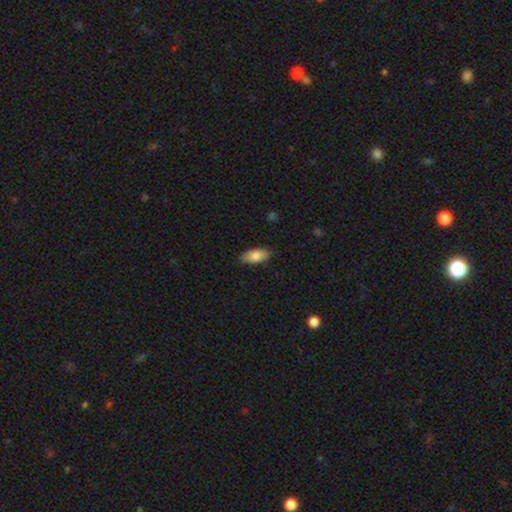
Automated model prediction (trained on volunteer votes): Q: Smooth or featured?
A: smooth (83%); runner-up: featured or disk (10%)
Q: How rounded?
A: in between (87%); runner-up: cigar-shaped (11%)
Q: Merging?
A: none (85%); runner-up: minor disturbance (11%)